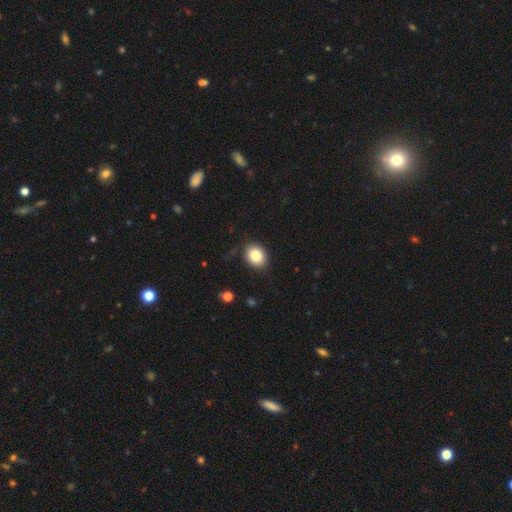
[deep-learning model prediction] A smooth galaxy with no disk features (85%) that is round (55%). Merging: none (86%).